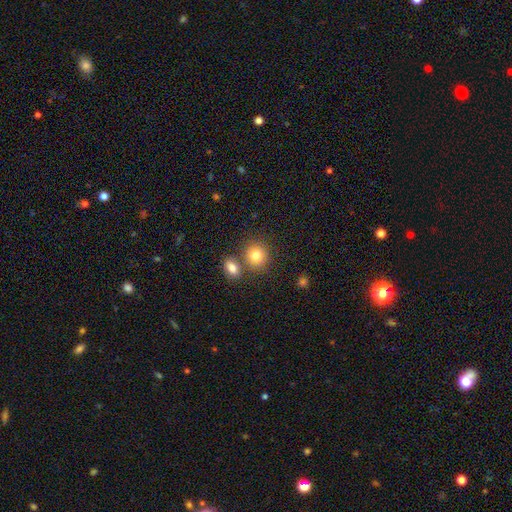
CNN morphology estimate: Smooth or featured? smooth (82%)
How rounded? round (80%)
Merging? none (65%)